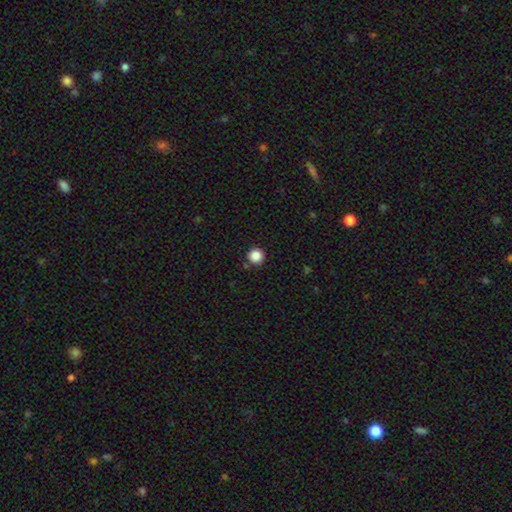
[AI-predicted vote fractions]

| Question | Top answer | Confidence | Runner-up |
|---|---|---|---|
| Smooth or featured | smooth | 86% | star or artifact (11%) |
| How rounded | round | 96% | in between (3%) |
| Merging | none | 91% | minor disturbance (5%) |